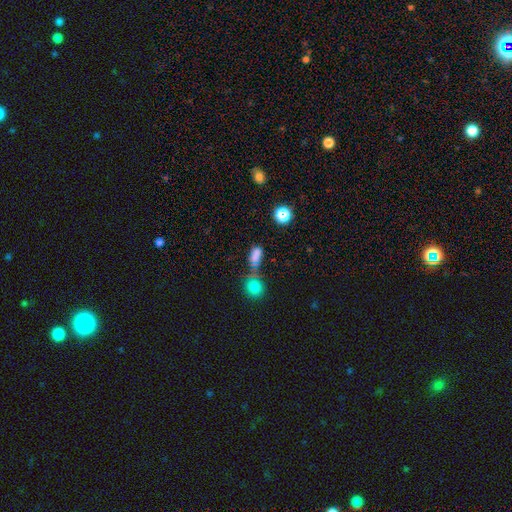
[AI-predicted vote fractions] Morphology: type=smooth (72%); roundness=in between (72%); merging=none (40%).